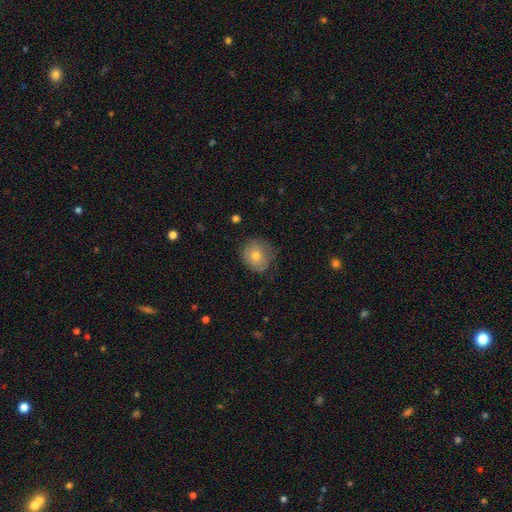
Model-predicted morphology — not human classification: Q: Smooth or featured?
A: smooth (68%); runner-up: featured or disk (23%)
Q: How rounded?
A: round (90%); runner-up: in between (9%)
Q: Merging?
A: none (68%); runner-up: minor disturbance (24%)